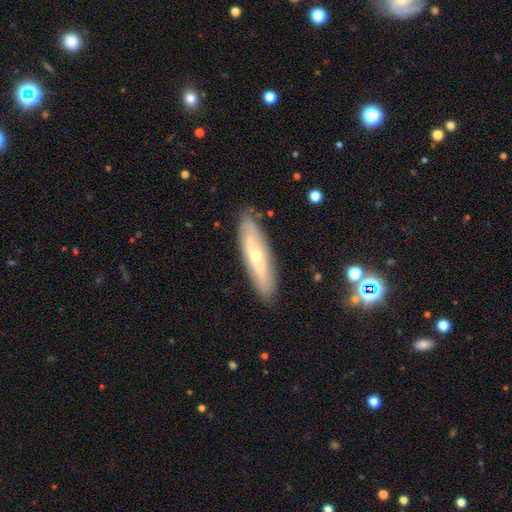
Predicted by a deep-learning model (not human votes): Smooth or featured: featured or disk — 58% (smooth — 35%)
Edge-on disk: no — 56% (yes — 44%)
Merging: none — 85% (minor disturbance — 11%)